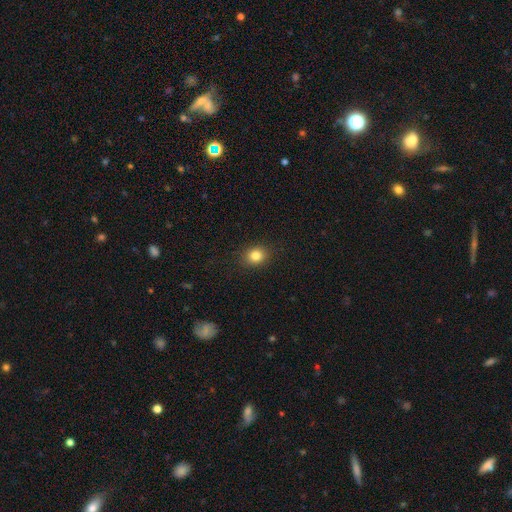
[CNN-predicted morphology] The model was most divided on "how rounded": round: 64%, in between: 35%, cigar-shaped: 1%. More confident: merging — none (89%); smooth or featured — smooth (83%).